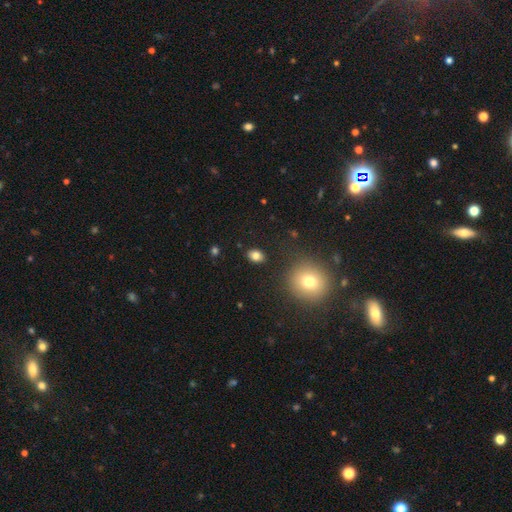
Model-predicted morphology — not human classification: type=smooth (81%); roundness=in between (72%); merging=none (87%).